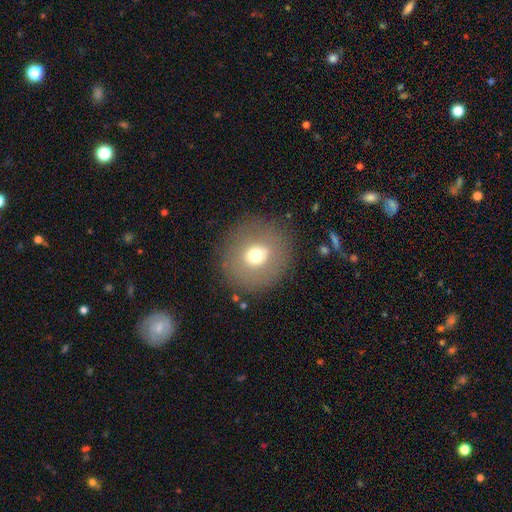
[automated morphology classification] Smooth or featured?
  - smooth: 64% *
  - featured or disk: 24%
  - star or artifact: 12%
How rounded?
  - round: 87% *
  - in between: 12%
  - cigar-shaped: 1%
Merging?
  - none: 85% *
  - minor disturbance: 8%
  - major disturbance: 5%
  - merger: 1%